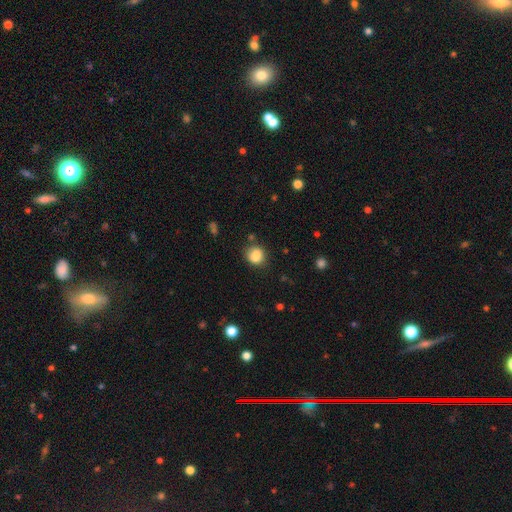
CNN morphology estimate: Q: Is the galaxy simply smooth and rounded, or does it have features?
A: smooth — 83%.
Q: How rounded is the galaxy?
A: round — 67%.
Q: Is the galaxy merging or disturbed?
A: none — 68%.